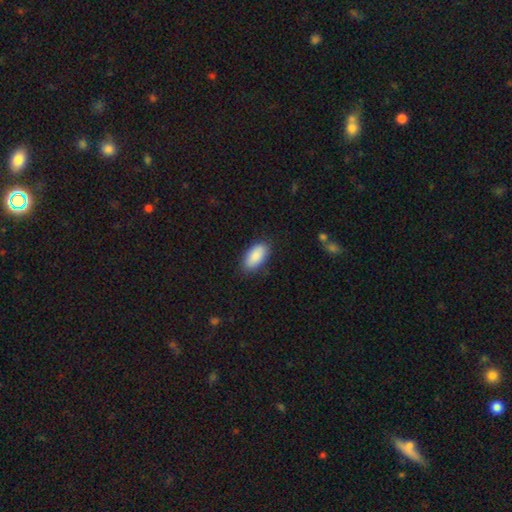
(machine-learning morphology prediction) Smooth or featured: smooth — 88% (star or artifact — 6%)
How rounded: in between — 94% (cigar-shaped — 4%)
Merging: none — 83% (minor disturbance — 13%)